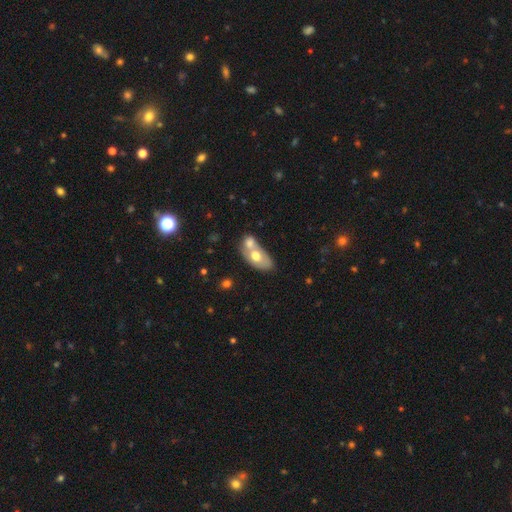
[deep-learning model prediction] A smooth galaxy with no disk features (61%) that is in between round and cigar-shaped (86%). Merging: merger (66%).